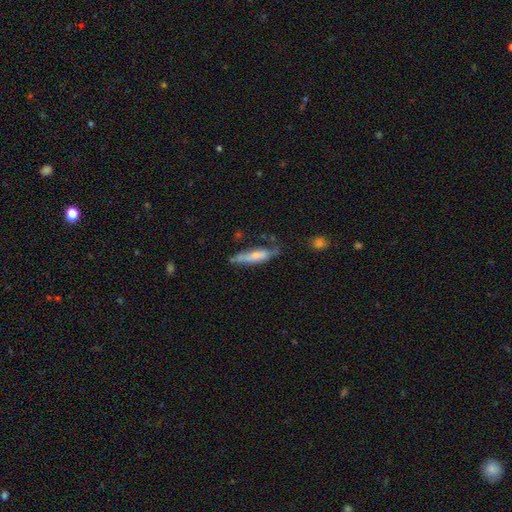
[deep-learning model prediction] This appears to be a smooth galaxy with no disk features (58%) that is cigar-shaped (65%). Merging: none (45%).